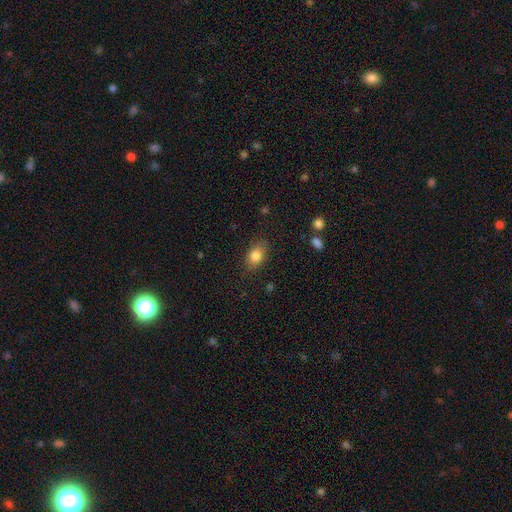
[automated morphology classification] smooth 82%, featured or disk 9%, star or artifact 9%. Down the decision tree: how rounded — in between (82%); merging — none (83%).